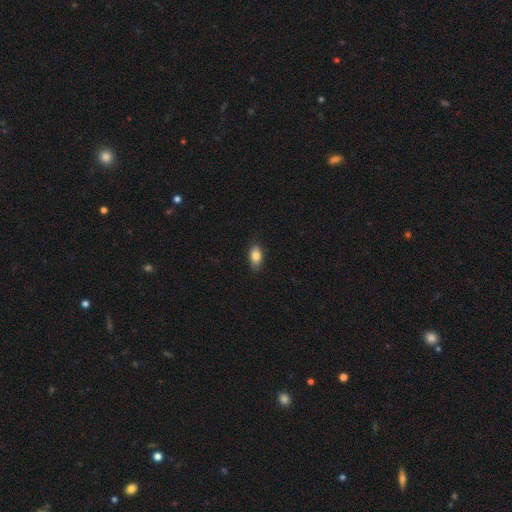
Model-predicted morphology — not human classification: Smooth or featured? Predicted: smooth (p=0.84). How rounded? Predicted: in between (p=0.89). Merging? Predicted: none (p=0.84).